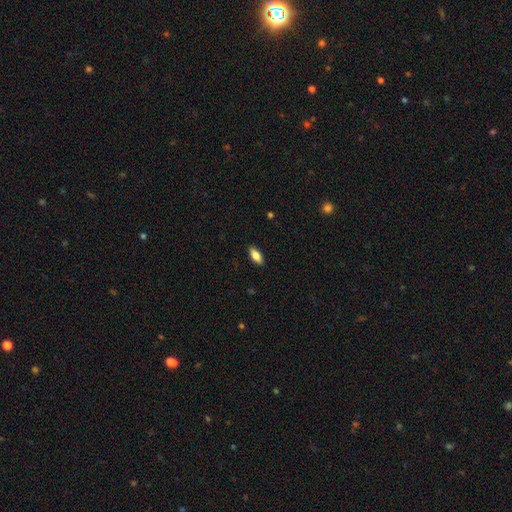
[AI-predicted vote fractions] A smooth galaxy with no disk features (82%) that is in between round and cigar-shaped (84%).

Vote fractions:
- Smooth or featured? smooth: 82% / featured or disk: 12% / star or artifact: 7%
- How rounded? in between: 84% / cigar-shaped: 13% / round: 2%
- Merging? none: 89% / minor disturbance: 8% / major disturbance: 2% / merger: 1%